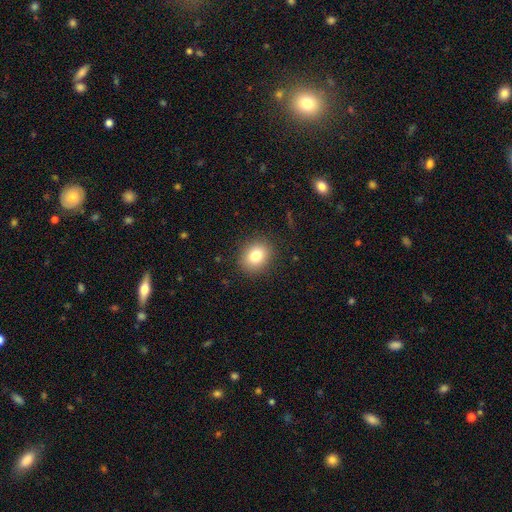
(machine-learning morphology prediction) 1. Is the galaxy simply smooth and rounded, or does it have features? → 80% smooth, 11% star or artifact, 9% featured or disk.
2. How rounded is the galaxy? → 65% round, 34% in between, 1% cigar-shaped.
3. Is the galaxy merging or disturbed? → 88% none, 8% minor disturbance, 3% major disturbance, 1% merger.